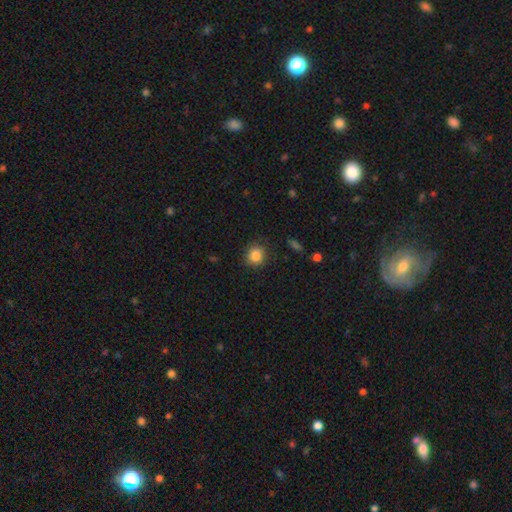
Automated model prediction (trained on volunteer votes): This appears to be a smooth galaxy with no disk features (85%) that is round (84%). Merging: none (85%).